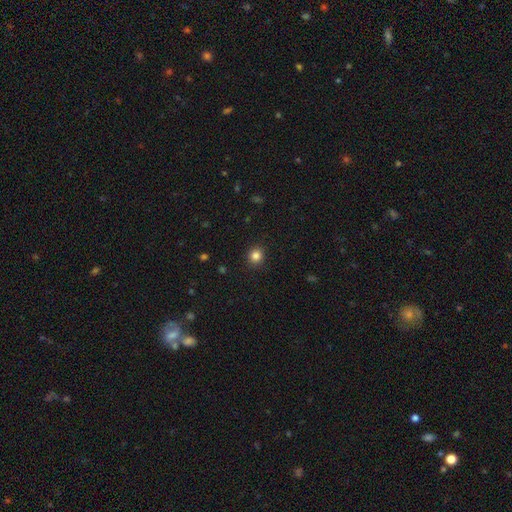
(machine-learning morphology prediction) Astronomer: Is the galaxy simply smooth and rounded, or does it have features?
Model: smooth — 84%.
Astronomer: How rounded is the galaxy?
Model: round — 90%.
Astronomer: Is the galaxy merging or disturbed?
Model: none — 91%.